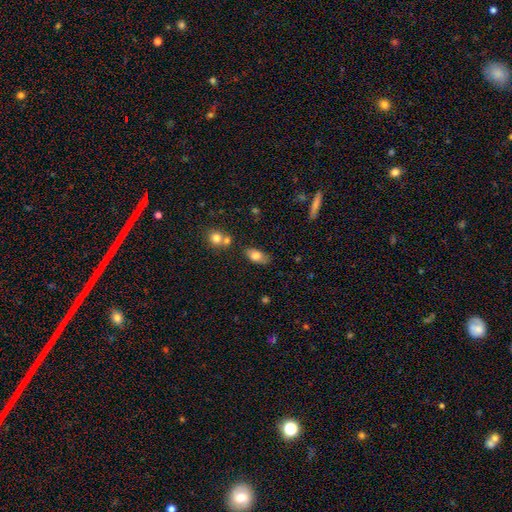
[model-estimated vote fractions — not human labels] The model was most divided on "merging": none: 71%, minor disturbance: 17%, merger: 8%, major disturbance: 4%. More confident: how rounded — in between (88%); smooth or featured — smooth (76%).